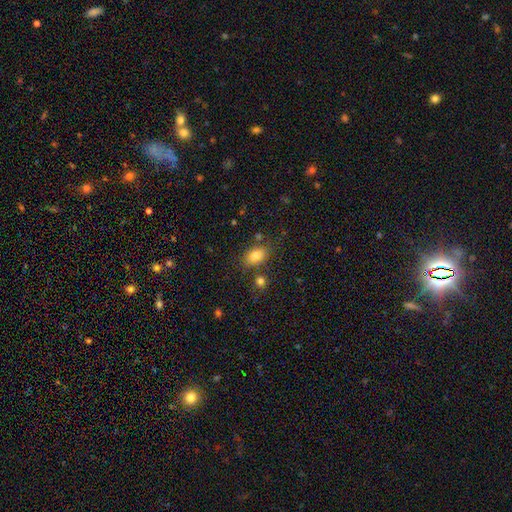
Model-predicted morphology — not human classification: A smooth galaxy with no disk features (82%) that is in between round and cigar-shaped (84%). Merging: none (73%).